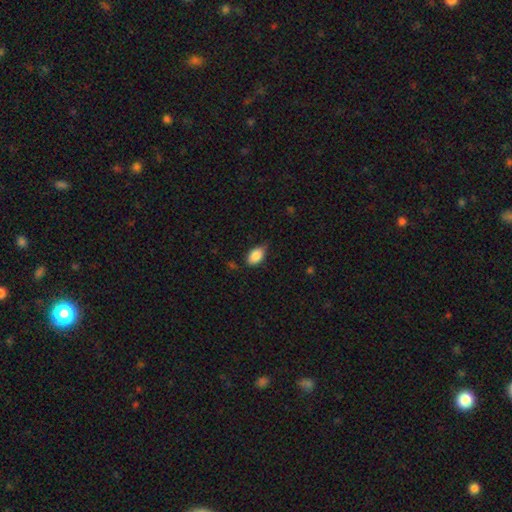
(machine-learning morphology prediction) Overall: smooth (86%). How rounded: in between (89%). Merging: none (64%; minor disturbance 30%).